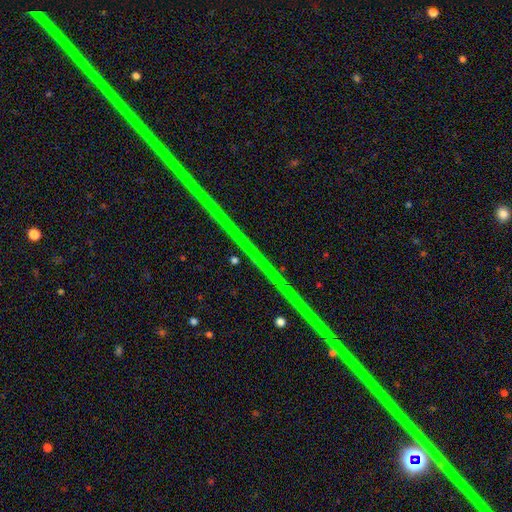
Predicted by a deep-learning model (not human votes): This appears to be a star or artifact, not a galaxy (88%).